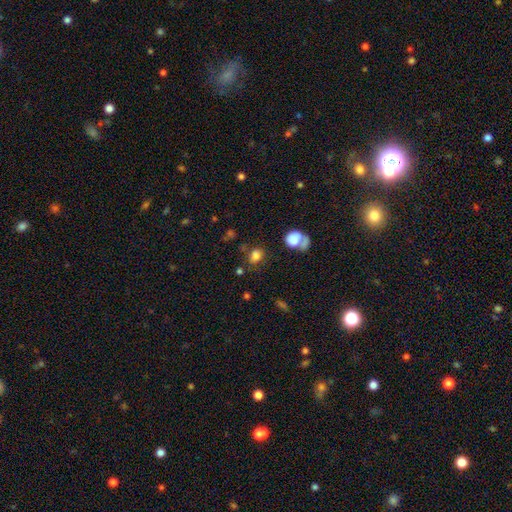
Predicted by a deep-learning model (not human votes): smooth-or-featured: smooth: 80% | star or artifact: 13% | featured or disk: 7%
  how-rounded: in between: 58% | round: 41% | cigar-shaped: 1%
  merging: none: 61% | minor disturbance: 18% | merger: 12% | major disturbance: 9%